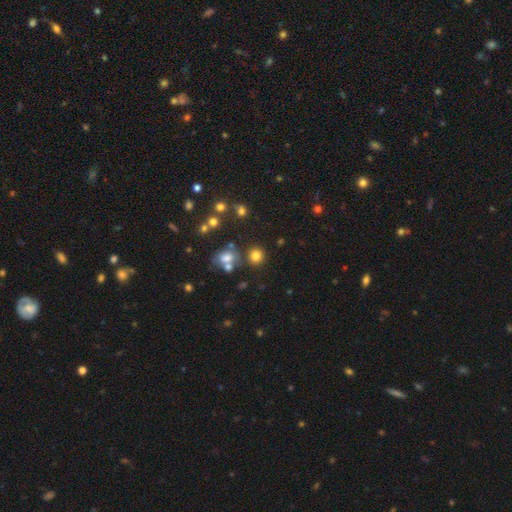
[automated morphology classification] A smooth galaxy with no disk features (76%) that is round (86%).

Vote fractions:
- Smooth or featured? smooth: 76% / star or artifact: 16% / featured or disk: 7%
- How rounded? round: 86% / in between: 13% / cigar-shaped: 1%
- Merging? none: 76% / merger: 12% / minor disturbance: 9% / major disturbance: 4%